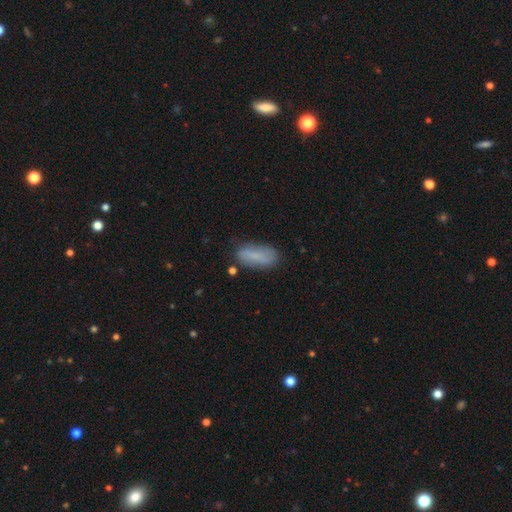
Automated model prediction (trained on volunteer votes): This is likely a smooth galaxy (76%). How rounded: likely in between (79%). Merging: likely none (72%).